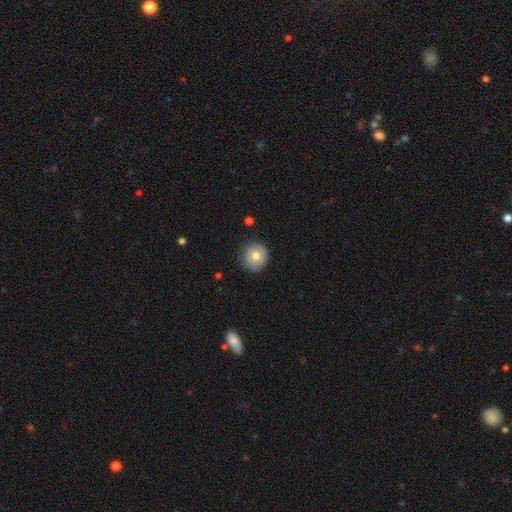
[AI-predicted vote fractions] smooth-or-featured: smooth: 70% | featured or disk: 21% | star or artifact: 9%
  how-rounded: round: 93% | in between: 6% | cigar-shaped: 1%
  merging: none: 85% | minor disturbance: 11% | major disturbance: 2% | merger: 1%